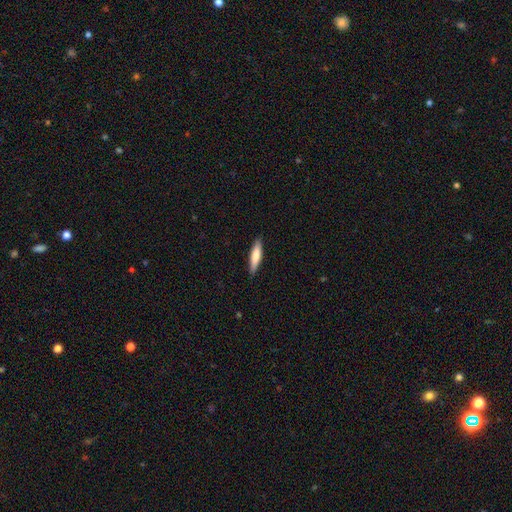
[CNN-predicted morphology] Smooth or featured? smooth (71%)
How rounded? cigar-shaped (78%)
Merging? none (88%)